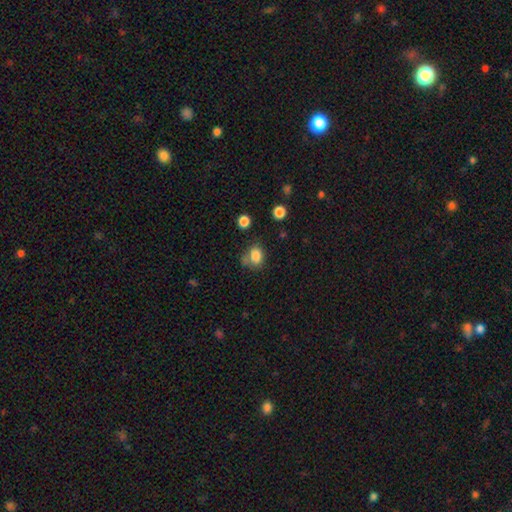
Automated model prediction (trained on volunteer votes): Smooth or featured?
  - smooth: 83% *
  - star or artifact: 11%
  - featured or disk: 7%
How rounded?
  - in between: 61% *
  - round: 37%
  - cigar-shaped: 1%
Merging?
  - none: 51% *
  - minor disturbance: 26%
  - major disturbance: 12%
  - merger: 11%